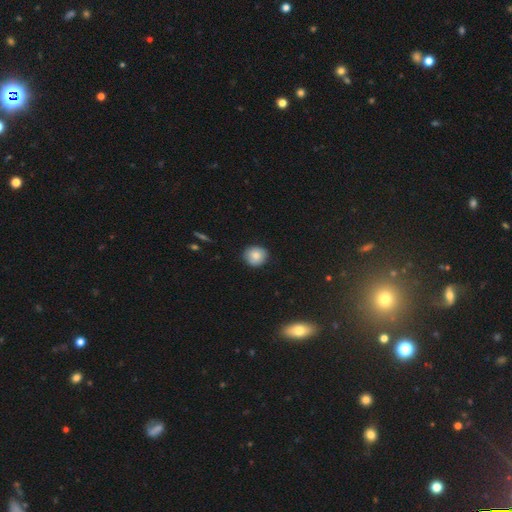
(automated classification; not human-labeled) Smooth or featured?
  - smooth: 82% *
  - featured or disk: 9%
  - star or artifact: 9%
How rounded?
  - round: 88% *
  - in between: 11%
  - cigar-shaped: 1%
Merging?
  - none: 87% *
  - minor disturbance: 10%
  - major disturbance: 2%
  - merger: 1%